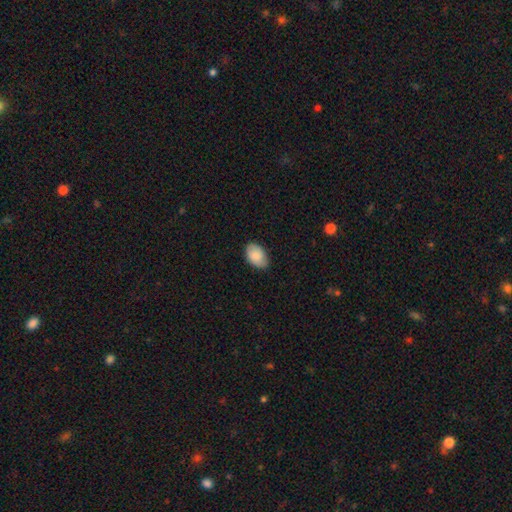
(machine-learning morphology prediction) A smooth galaxy with no disk features (84%) that is in between round and cigar-shaped (88%). Merging: none (78%).